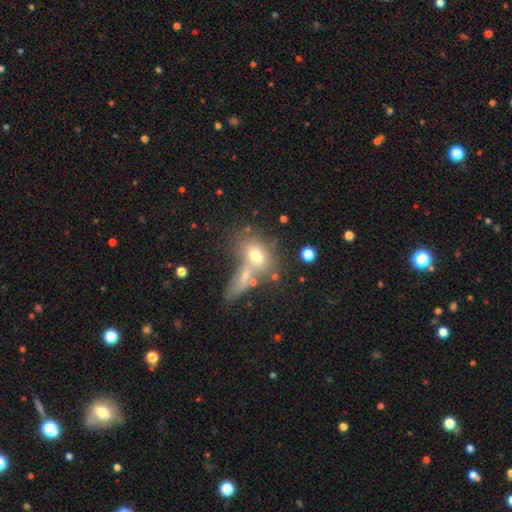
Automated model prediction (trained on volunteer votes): smooth-or-featured: smooth: 68% | featured or disk: 19% | star or artifact: 12%
  how-rounded: in between: 61% | round: 35% | cigar-shaped: 5%
  merging: merger: 42% | none: 39% | minor disturbance: 12% | major disturbance: 7%